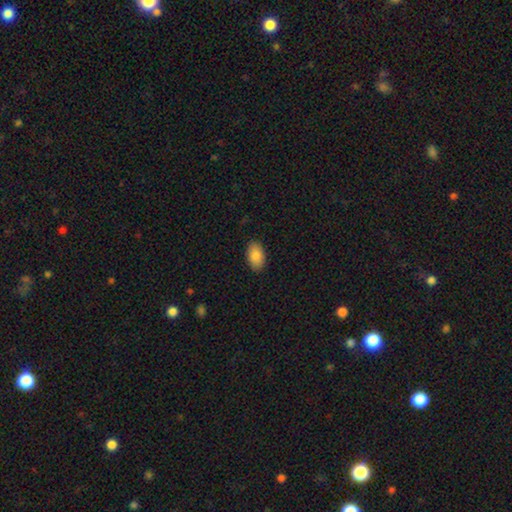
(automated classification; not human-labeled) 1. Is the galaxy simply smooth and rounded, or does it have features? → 88% smooth, 7% star or artifact, 5% featured or disk.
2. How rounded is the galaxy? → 94% in between, 5% round, 2% cigar-shaped.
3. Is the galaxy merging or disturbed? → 88% none, 9% minor disturbance, 2% major disturbance, 1% merger.